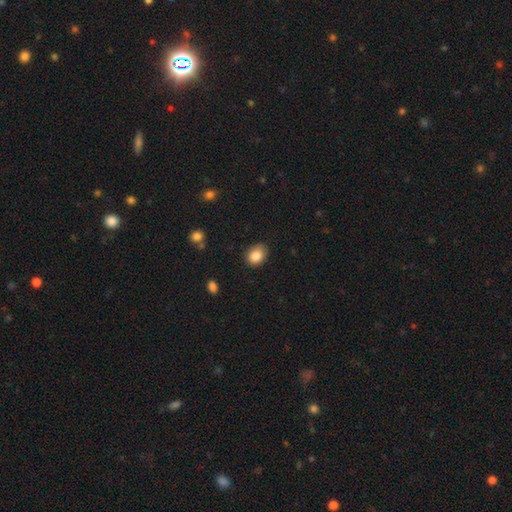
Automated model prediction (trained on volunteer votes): This is clearly a smooth galaxy (85%). How rounded: possibly in between (53%). Merging: clearly none (80%).